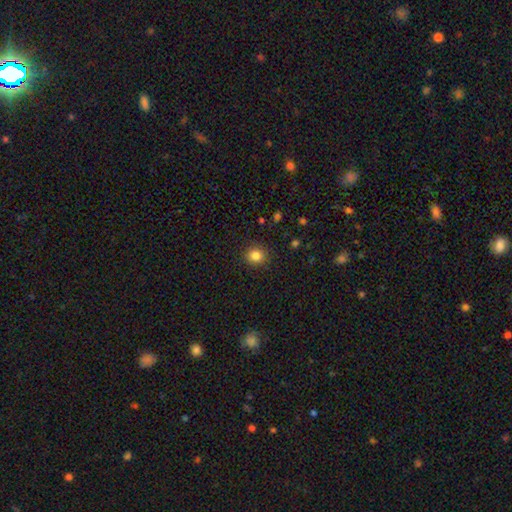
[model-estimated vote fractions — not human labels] Overall: smooth (83%). How rounded: round (84%). Merging: none (91%).